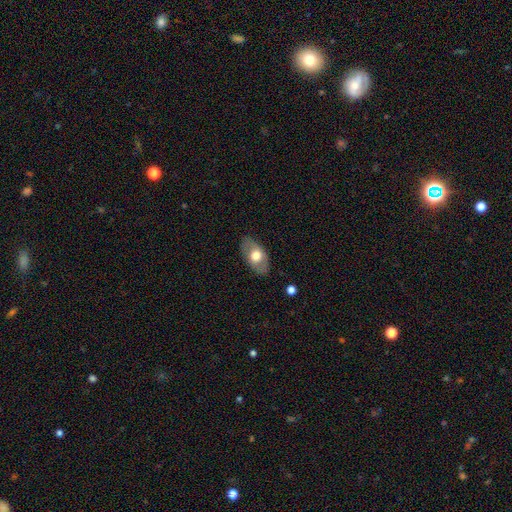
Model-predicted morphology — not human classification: This appears to be a smooth galaxy with no disk features (55%) that is in between round and cigar-shaped (90%). Merging: none (82%).